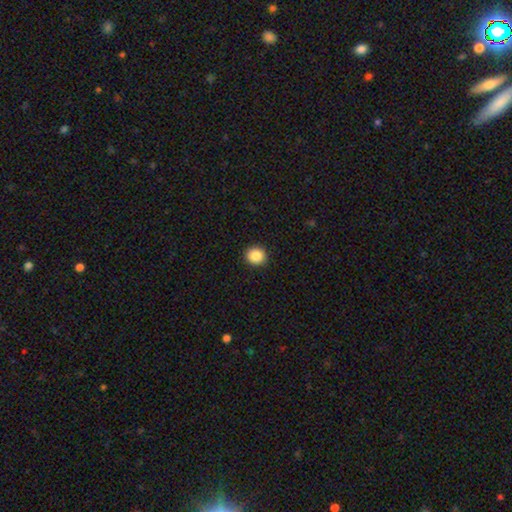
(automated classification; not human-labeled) smooth-or-featured: smooth: 87% | star or artifact: 9% | featured or disk: 4%
  how-rounded: round: 88% | in between: 11% | cigar-shaped: 1%
  merging: none: 93% | minor disturbance: 5% | major disturbance: 2% | merger: 1%